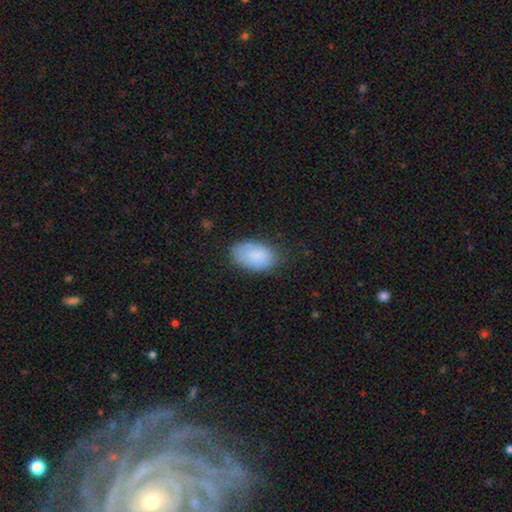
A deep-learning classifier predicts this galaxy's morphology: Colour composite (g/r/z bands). It shows a smooth galaxy with no disk features (82%) that is in between round and cigar-shaped (93%). Merging: none (73%).